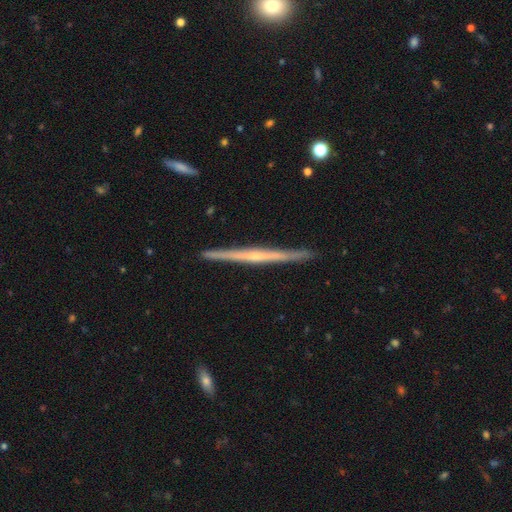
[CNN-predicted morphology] Overall: featured or disk (78%). Edge-on disk: yes (98%). Edge-on bulge: rounded (50%; none 43%). Merging: none (91%).